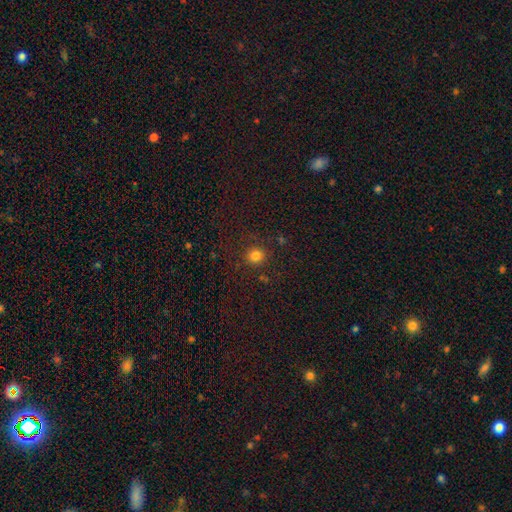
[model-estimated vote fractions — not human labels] smooth 81%, star or artifact 15%, featured or disk 5%. Down the decision tree: how rounded — round (90%); merging — none (87%).